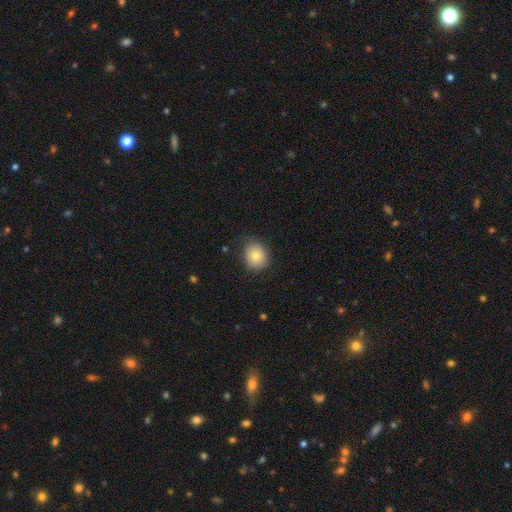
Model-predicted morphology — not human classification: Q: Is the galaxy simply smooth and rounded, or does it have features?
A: smooth — 79%.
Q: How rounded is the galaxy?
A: round — 69%.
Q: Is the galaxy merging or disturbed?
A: none — 74%.